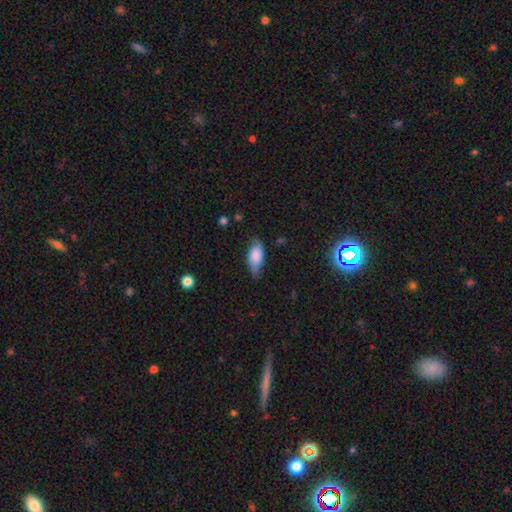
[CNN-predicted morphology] smooth-or-featured: smooth: 73% | featured or disk: 19% | star or artifact: 7%
  how-rounded: in between: 87% | cigar-shaped: 10% | round: 3%
  merging: none: 64% | minor disturbance: 28% | major disturbance: 6% | merger: 1%